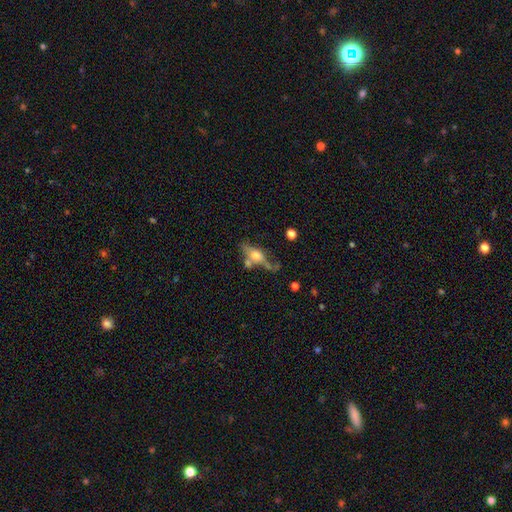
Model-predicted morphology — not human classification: This is possibly a featured or disk galaxy (55%). It is likely viewed edge-on (71%). Merging: marginally none (45%).